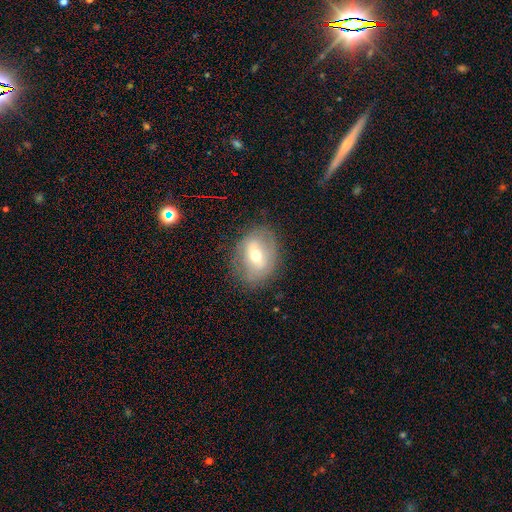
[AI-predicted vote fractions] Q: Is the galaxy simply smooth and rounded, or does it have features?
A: featured or disk — 50%.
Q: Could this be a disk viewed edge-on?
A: no — 91%.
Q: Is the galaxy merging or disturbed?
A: none — 74%.